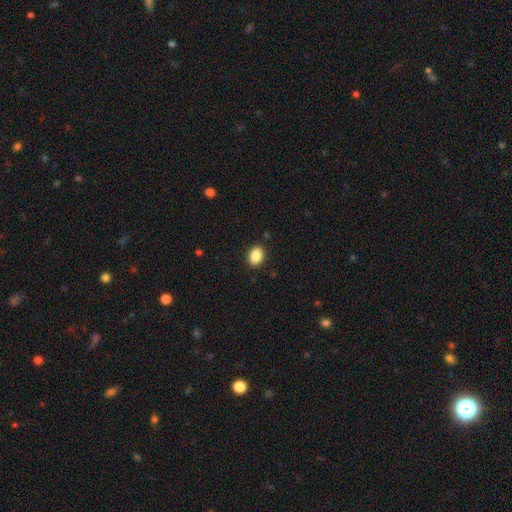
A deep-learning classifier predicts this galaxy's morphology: Smooth or featured?
  - smooth: 88% *
  - star or artifact: 8%
  - featured or disk: 4%
How rounded?
  - in between: 77% *
  - round: 22%
  - cigar-shaped: 1%
Merging?
  - none: 90% *
  - minor disturbance: 7%
  - major disturbance: 2%
  - merger: 1%